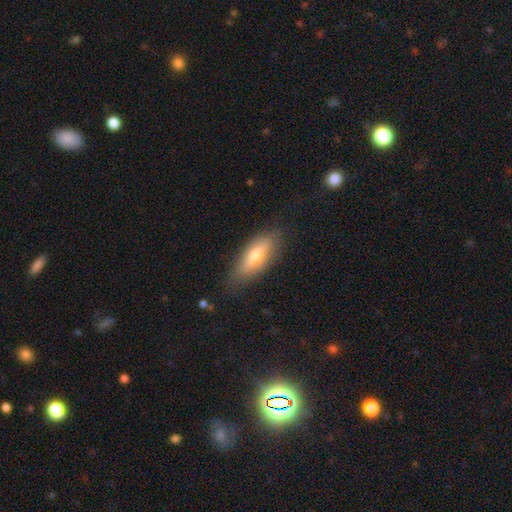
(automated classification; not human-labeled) A smooth galaxy with no disk features (61%) that is in between round and cigar-shaped (60%). Merging: none (80%).